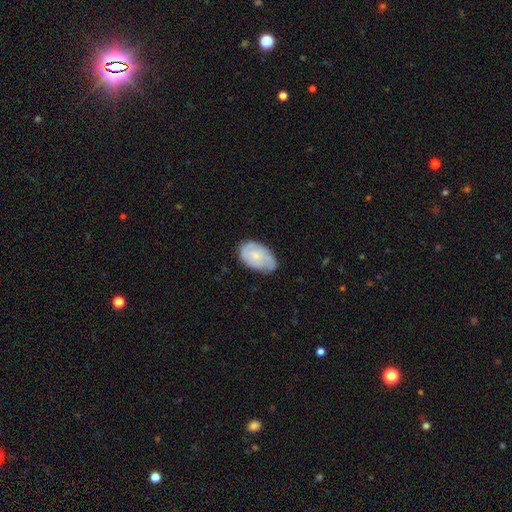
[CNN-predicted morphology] type=smooth (47%); merging=none (58%).